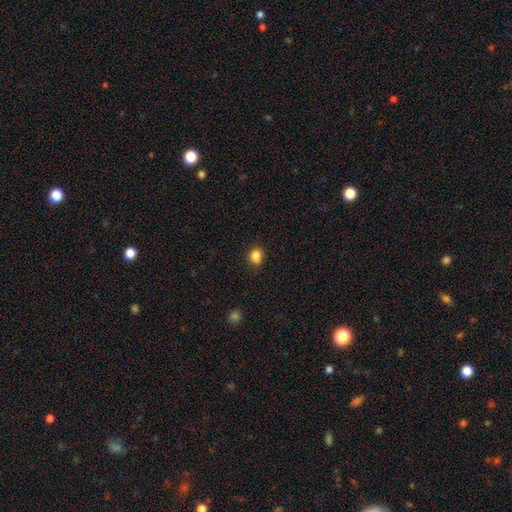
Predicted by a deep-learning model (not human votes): Smooth or featured: smooth — 84% (star or artifact — 12%)
How rounded: round — 63% (in between — 36%)
Merging: none — 77% (minor disturbance — 17%)